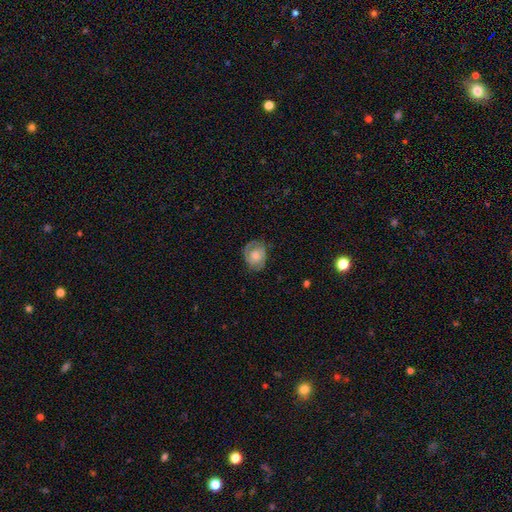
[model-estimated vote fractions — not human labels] A featured or disk galaxy (52%). Merging: none (70%).